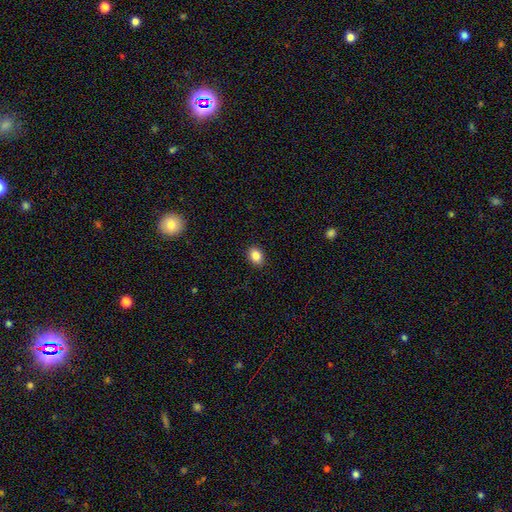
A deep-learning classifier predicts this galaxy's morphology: Smooth or featured: smooth — 87% (star or artifact — 9%)
How rounded: in between — 70% (round — 29%)
Merging: none — 90% (minor disturbance — 7%)